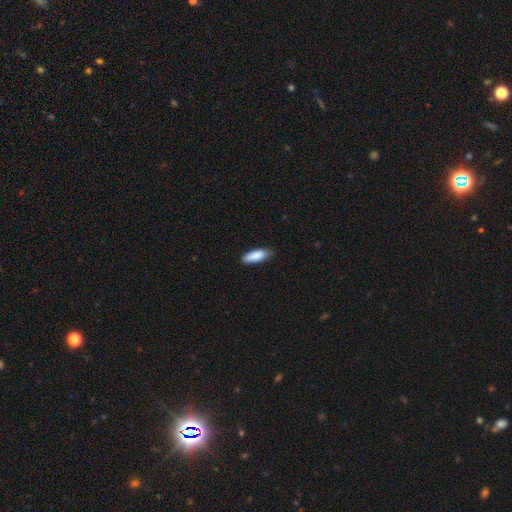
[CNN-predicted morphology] This appears to be a smooth galaxy with no disk features (88%) that is in between round and cigar-shaped (64%). Merging: none (79%).